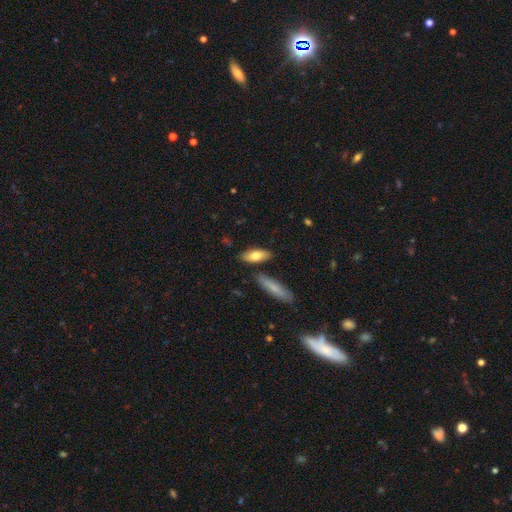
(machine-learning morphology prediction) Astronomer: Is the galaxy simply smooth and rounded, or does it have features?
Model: smooth — 75%.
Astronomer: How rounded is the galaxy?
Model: in between — 75%.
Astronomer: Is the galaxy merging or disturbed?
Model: none — 78%.